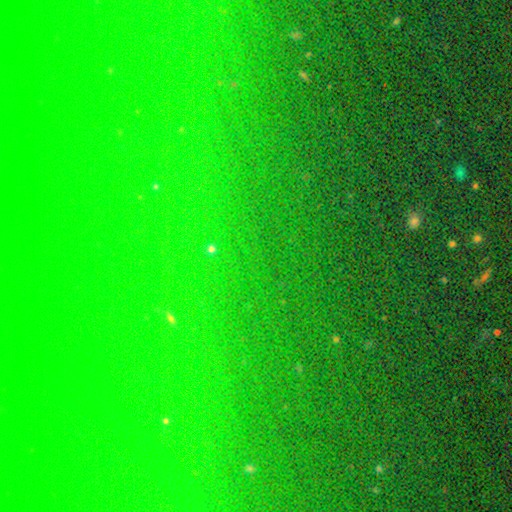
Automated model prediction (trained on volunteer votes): Smooth or featured?
  - star or artifact: 79% *
  - smooth: 12%
  - featured or disk: 8%